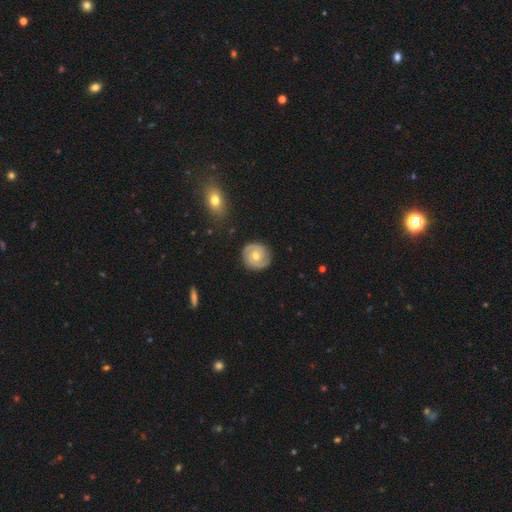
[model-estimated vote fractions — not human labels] This is likely a featured or disk galaxy (68%). It is clearly not viewed edge-on (97%). Bar: likely no (74%). Spiral arm pattern: clearly yes (87%). Spiral arm count: likely 2 (77%). Spiral winding: likely tight (61%). Central bulge: likely moderate (64%). Merging: clearly none (86%).